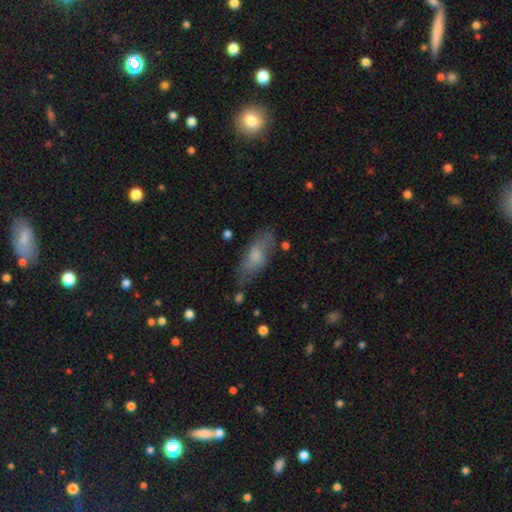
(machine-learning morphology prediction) Smooth or featured?
  - smooth: 69% *
  - featured or disk: 24%
  - star or artifact: 7%
How rounded?
  - in between: 71% *
  - cigar-shaped: 27%
  - round: 3%
Merging?
  - none: 66% *
  - minor disturbance: 22%
  - major disturbance: 8%
  - merger: 3%